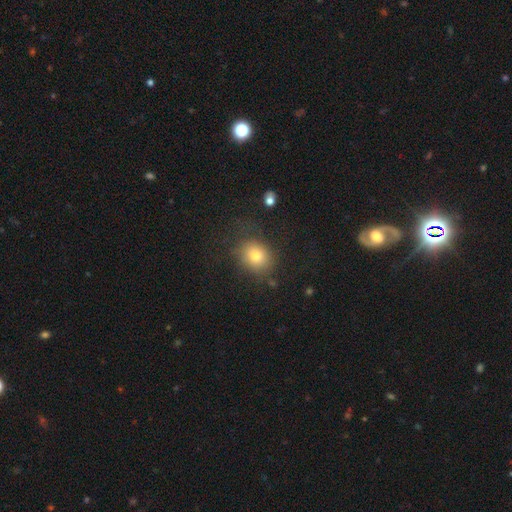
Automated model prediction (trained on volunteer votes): smooth_or_featured: smooth (p=0.76) [alt: star or artifact p=0.14]
how_rounded: round (p=0.63) [alt: in between p=0.36]
merging: none (p=0.74) [alt: minor disturbance p=0.17]